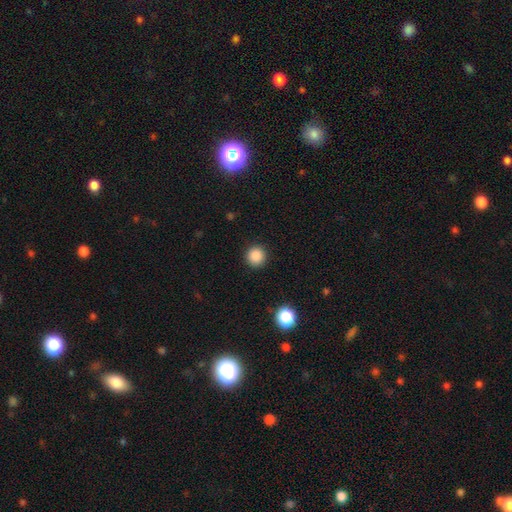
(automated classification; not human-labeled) Morphology: type=smooth (86%); roundness=round (94%); merging=none (91%).